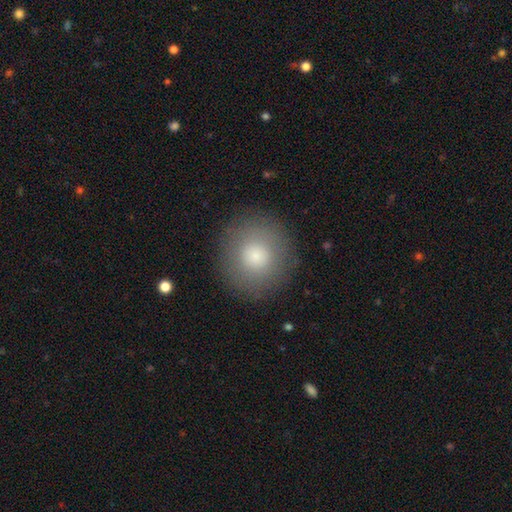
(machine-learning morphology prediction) Smooth or featured?
  - smooth: 78% *
  - featured or disk: 11%
  - star or artifact: 10%
How rounded?
  - round: 92% *
  - in between: 7%
  - cigar-shaped: 1%
Merging?
  - none: 89% *
  - minor disturbance: 7%
  - major disturbance: 3%
  - merger: 1%